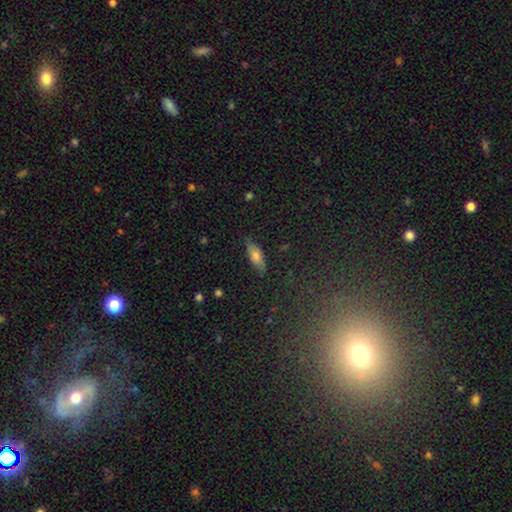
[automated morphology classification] smooth 68%, featured or disk 23%, star or artifact 9%. Down the decision tree: how rounded — in between (72%); merging — none (79%).